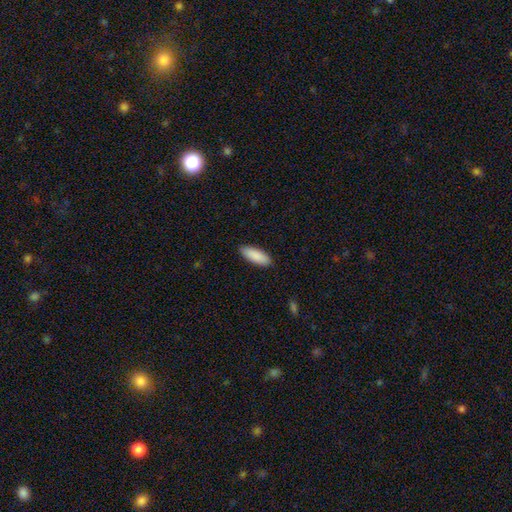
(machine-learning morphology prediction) A smooth galaxy with no disk features (90%) that is in between round and cigar-shaped (67%). Merging: none (90%).